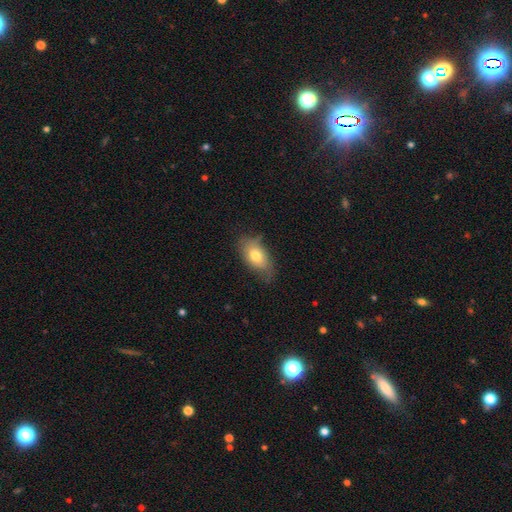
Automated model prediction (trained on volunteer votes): The model was most divided on "merging": none: 61%, minor disturbance: 30%, major disturbance: 7%, merger: 2%. More confident: how rounded — in between (91%); smooth or featured — smooth (73%).